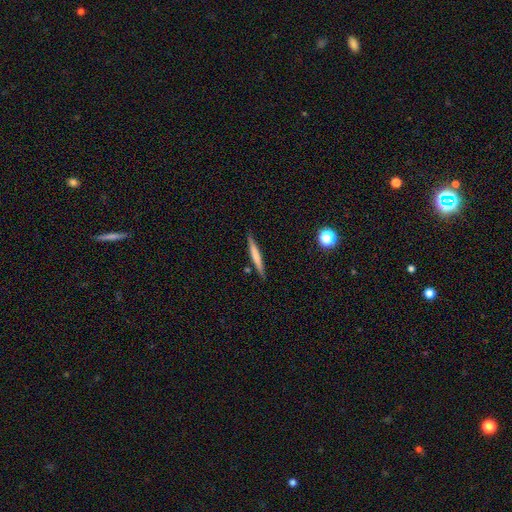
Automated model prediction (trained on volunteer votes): This is likely a smooth galaxy (60%). How rounded: clearly cigar-shaped (96%). Merging: clearly none (88%).